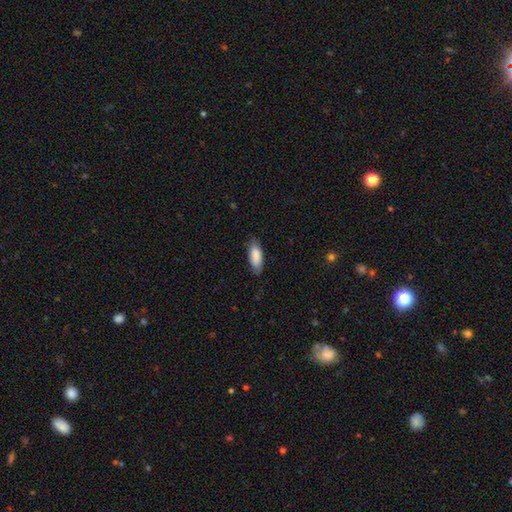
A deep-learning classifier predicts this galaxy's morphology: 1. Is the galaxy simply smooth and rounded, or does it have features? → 88% smooth, 7% featured or disk, 6% star or artifact.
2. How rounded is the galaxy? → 77% in between, 22% cigar-shaped, 2% round.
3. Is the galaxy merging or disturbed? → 79% none, 17% minor disturbance, 3% major disturbance, 1% merger.